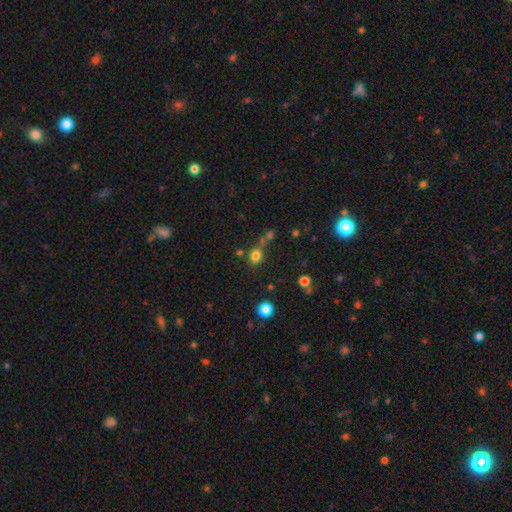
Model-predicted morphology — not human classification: Smooth or featured: smooth — 79% (star or artifact — 15%)
How rounded: round — 57% (in between — 42%)
Merging: none — 61% (merger — 18%)